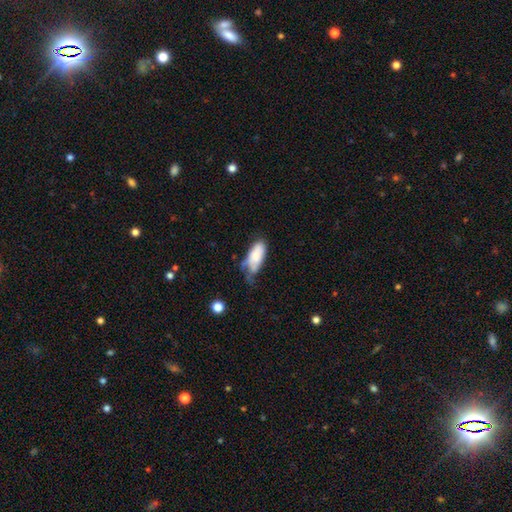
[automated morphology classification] Smooth or featured? smooth (74%)
How rounded? in between (85%)
Merging? minor disturbance (41%)